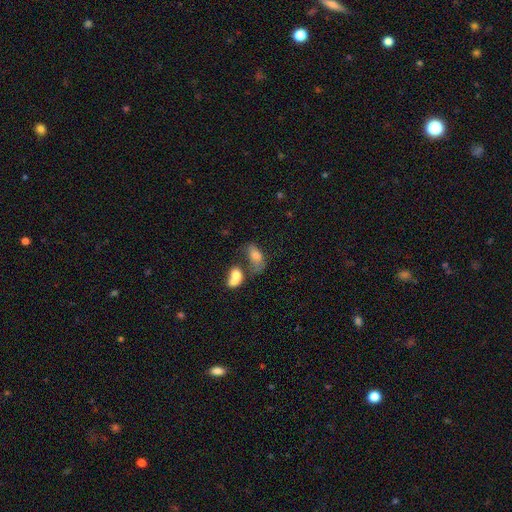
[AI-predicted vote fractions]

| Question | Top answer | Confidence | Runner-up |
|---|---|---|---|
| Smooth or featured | smooth | 70% | featured or disk (20%) |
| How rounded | in between | 87% | round (9%) |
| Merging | merger | 45% | none (23%) |